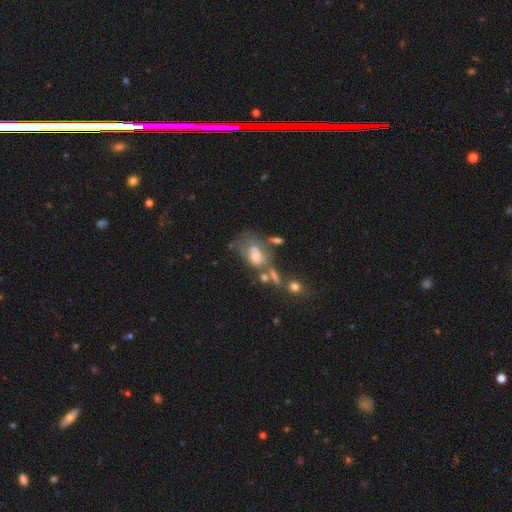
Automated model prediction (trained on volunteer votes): A featured or disk galaxy (47%). Merging: merger (31%).